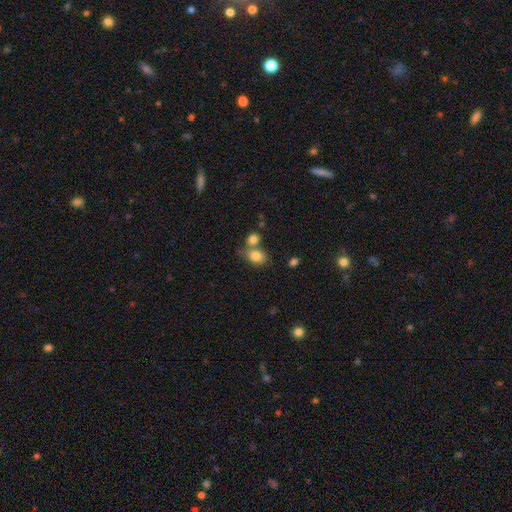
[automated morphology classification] Q: Smooth or featured?
A: smooth (83%); runner-up: star or artifact (9%)
Q: How rounded?
A: in between (72%); runner-up: round (27%)
Q: Merging?
A: none (47%); runner-up: merger (37%)